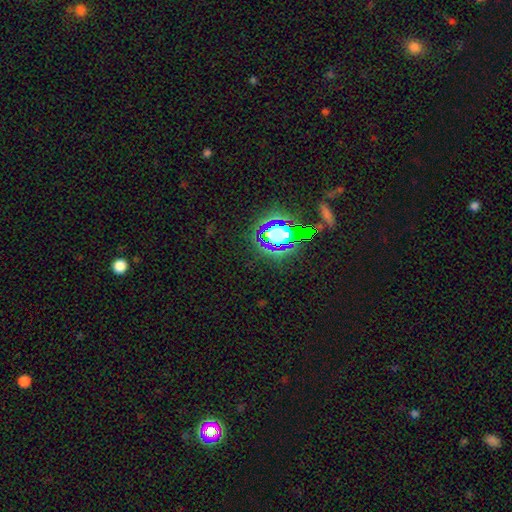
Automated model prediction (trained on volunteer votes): smooth_or_featured: star or artifact (p=0.77) [alt: smooth p=0.13]